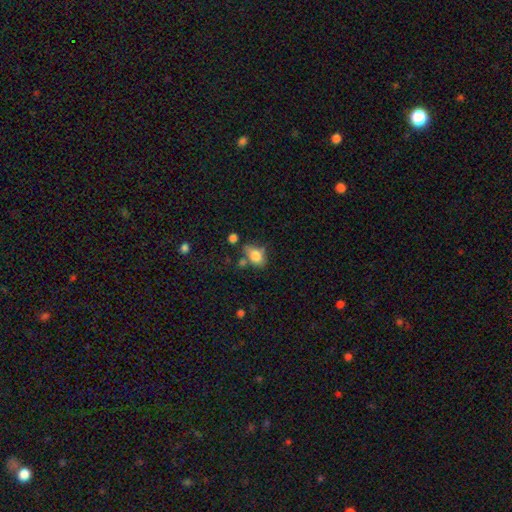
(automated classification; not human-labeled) Smooth or featured: smooth — 79% (featured or disk — 12%)
How rounded: in between — 80% (round — 18%)
Merging: none — 49% (minor disturbance — 25%)